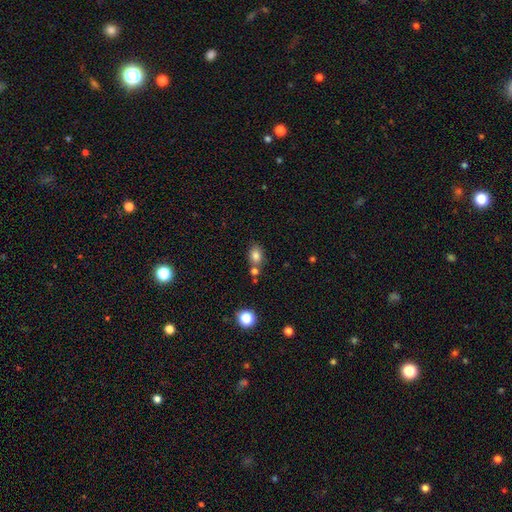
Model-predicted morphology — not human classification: smooth-or-featured: smooth: 81% | star or artifact: 11% | featured or disk: 8%
  how-rounded: in between: 66% | round: 33% | cigar-shaped: 1%
  merging: none: 64% | merger: 19% | minor disturbance: 13% | major disturbance: 4%